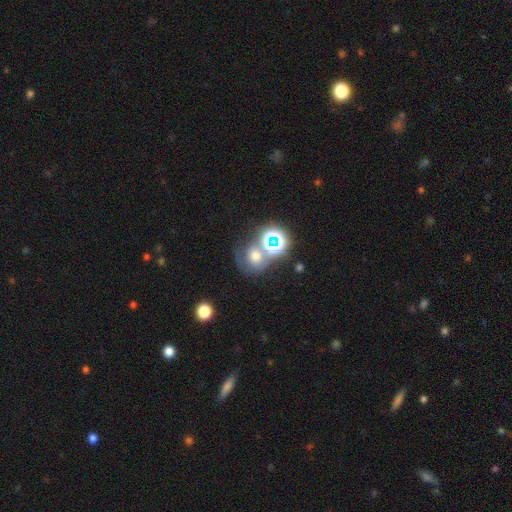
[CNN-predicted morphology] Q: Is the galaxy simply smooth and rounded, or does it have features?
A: smooth — 51%.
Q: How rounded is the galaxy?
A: round — 75%.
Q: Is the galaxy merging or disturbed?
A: none — 45%.